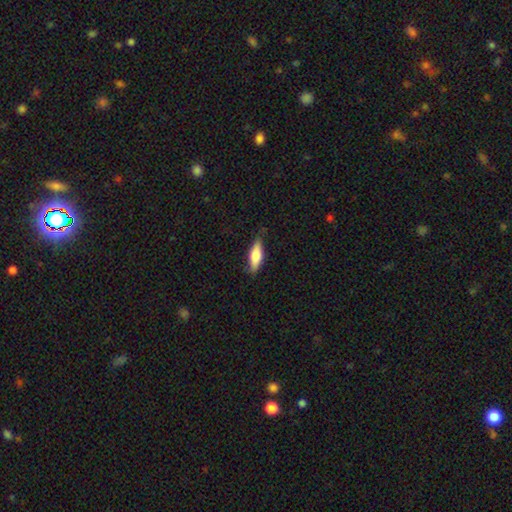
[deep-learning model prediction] Smooth or featured?
  - smooth: 68% *
  - featured or disk: 26%
  - star or artifact: 6%
How rounded?
  - in between: 58% *
  - cigar-shaped: 39%
  - round: 2%
Merging?
  - none: 73% *
  - minor disturbance: 22%
  - major disturbance: 4%
  - merger: 1%